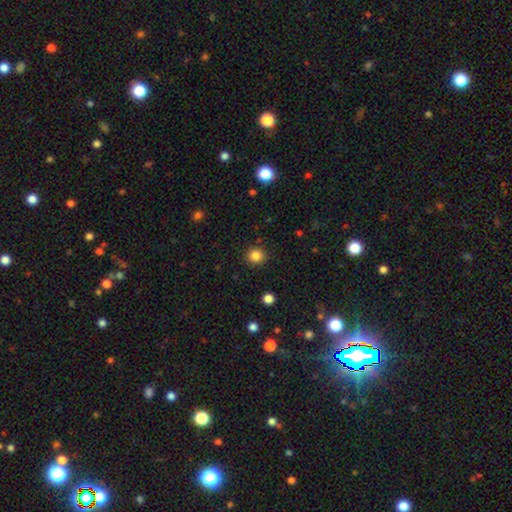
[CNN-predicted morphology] The model was most divided on "smooth or featured": smooth: 84%, star or artifact: 12%, featured or disk: 4%. More confident: merging — none (91%); how rounded — round (90%).